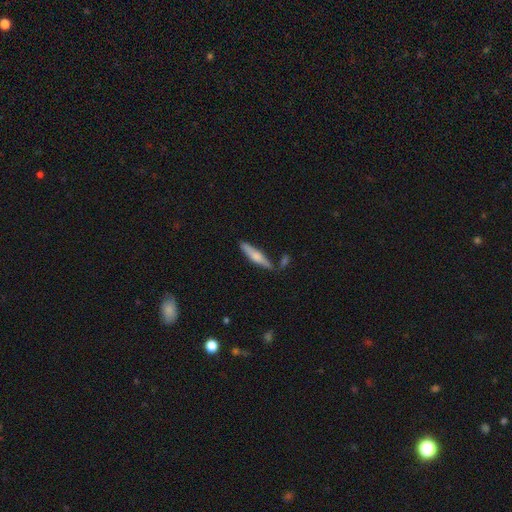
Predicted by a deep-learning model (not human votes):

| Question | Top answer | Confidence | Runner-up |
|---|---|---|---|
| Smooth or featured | smooth | 53% | featured or disk (41%) |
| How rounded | cigar-shaped | 85% | in between (13%) |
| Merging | none | 77% | minor disturbance (14%) |